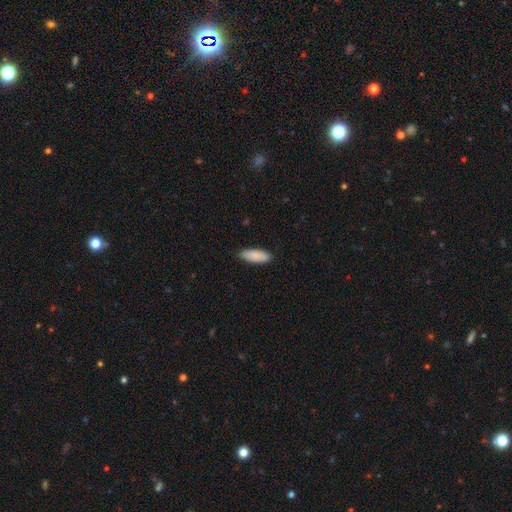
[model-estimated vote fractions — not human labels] Smooth or featured?
  - smooth: 89% *
  - star or artifact: 6%
  - featured or disk: 5%
How rounded?
  - in between: 69% *
  - cigar-shaped: 30%
  - round: 2%
Merging?
  - none: 86% *
  - minor disturbance: 11%
  - major disturbance: 2%
  - merger: 1%